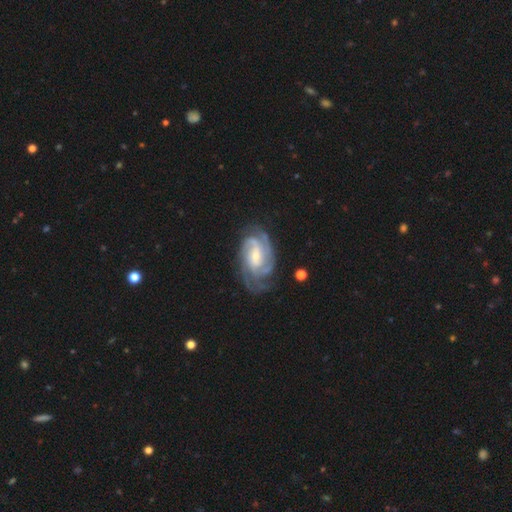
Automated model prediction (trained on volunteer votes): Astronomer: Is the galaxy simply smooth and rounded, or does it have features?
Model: featured or disk — 90%.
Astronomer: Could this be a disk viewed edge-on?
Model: no — 97%.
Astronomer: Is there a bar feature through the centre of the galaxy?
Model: weak — 46% (runner-up: no, 35%).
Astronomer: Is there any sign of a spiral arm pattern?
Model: yes — 98%.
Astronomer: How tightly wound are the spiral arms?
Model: tight — 61%.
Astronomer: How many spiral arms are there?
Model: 3 — 34% (runner-up: 2, 20%).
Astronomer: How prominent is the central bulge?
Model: small — 51% (runner-up: moderate, 41%).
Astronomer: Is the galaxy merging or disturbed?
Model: none — 70%.